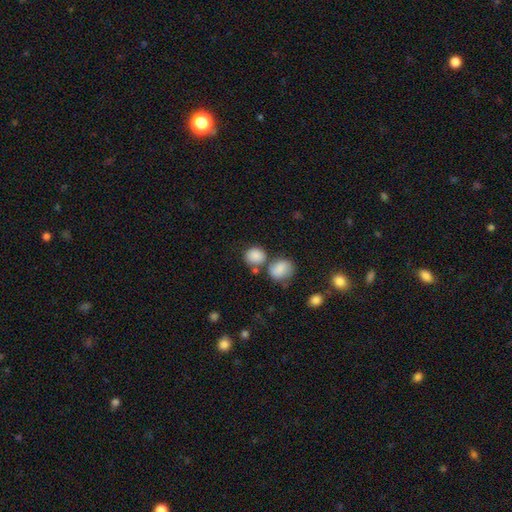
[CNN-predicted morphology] Smooth or featured? smooth (85%)
How rounded? round (64%)
Merging? none (50%)